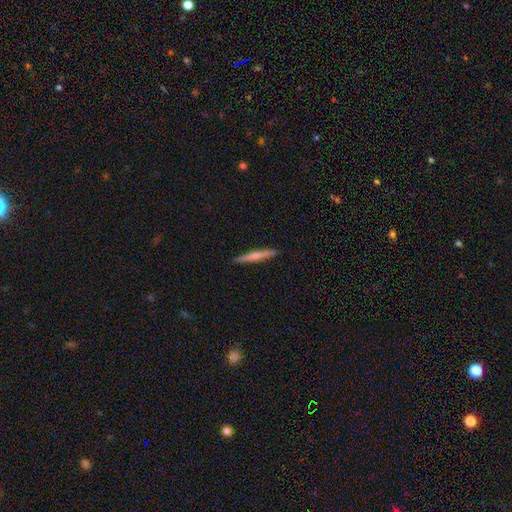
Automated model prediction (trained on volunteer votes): Smooth or featured? Predicted: smooth (p=0.49). Merging? Predicted: none (p=0.91).